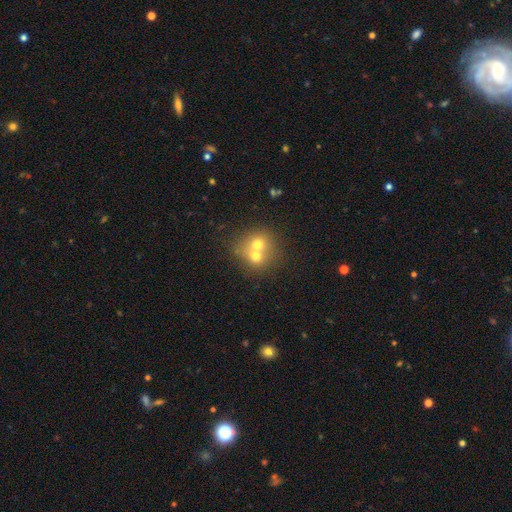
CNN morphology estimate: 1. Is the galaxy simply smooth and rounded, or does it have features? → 62% smooth, 25% featured or disk, 12% star or artifact.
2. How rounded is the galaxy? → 77% round, 22% in between, 1% cigar-shaped.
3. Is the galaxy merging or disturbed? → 66% merger, 26% none, 5% minor disturbance, 3% major disturbance.